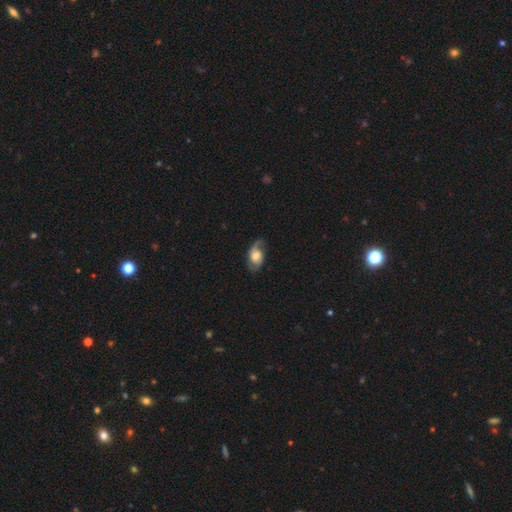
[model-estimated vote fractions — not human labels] This is likely a featured or disk galaxy (64%). It is clearly not viewed edge-on (94%). Bar: likely no (63%). Spiral arm pattern: clearly yes (86%). Spiral arm count: likely 2 (70%). Spiral winding: marginally loose (42%). Central bulge: possibly moderate (56%). Merging: likely none (65%).